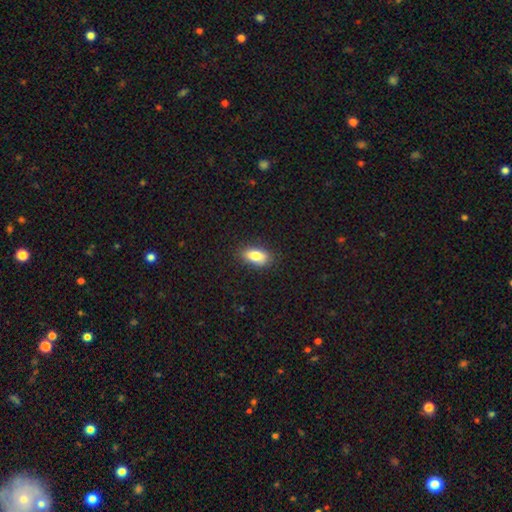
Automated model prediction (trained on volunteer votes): smooth_or_featured: smooth (p=0.83) [alt: featured or disk p=0.09]
how_rounded: in between (p=0.88) [alt: round p=0.06]
merging: none (p=0.86) [alt: minor disturbance p=0.11]